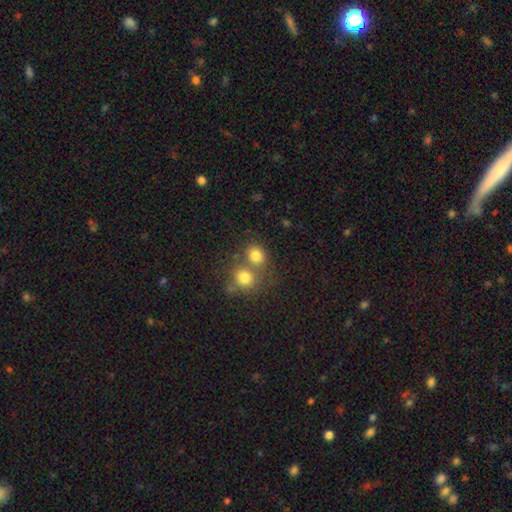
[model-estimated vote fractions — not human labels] Smooth or featured? Predicted: smooth (p=0.78). How rounded? Predicted: round (p=0.77). Merging? Predicted: none (p=0.48).